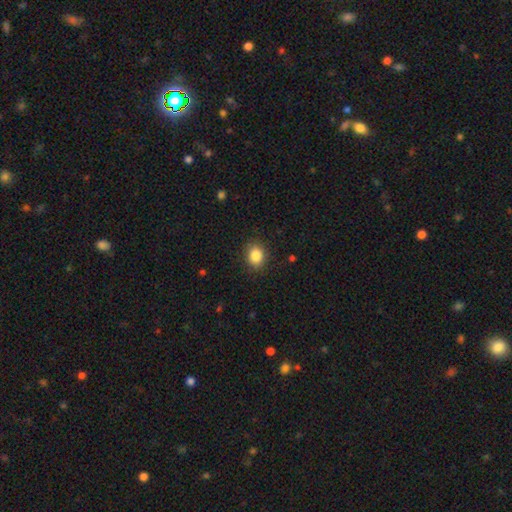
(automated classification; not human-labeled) This appears to be a smooth galaxy with no disk features (86%) that is round (56%). Merging: none (87%).